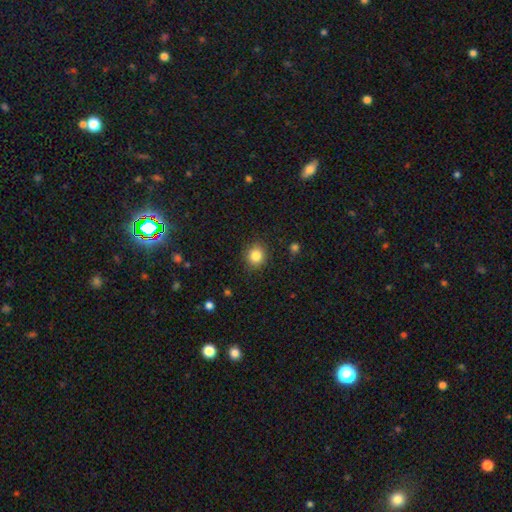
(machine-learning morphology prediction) smooth 85%, star or artifact 11%, featured or disk 5%. Down the decision tree: how rounded — round (85%); merging — none (89%).